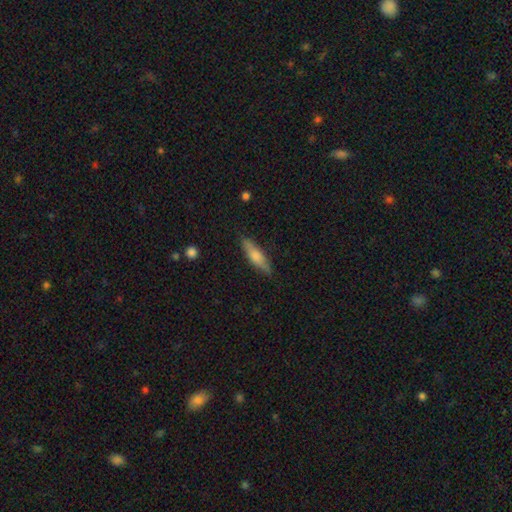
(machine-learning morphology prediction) smooth 65%, featured or disk 29%, star or artifact 6%. Down the decision tree: how rounded — cigar-shaped (67%); merging — none (84%).